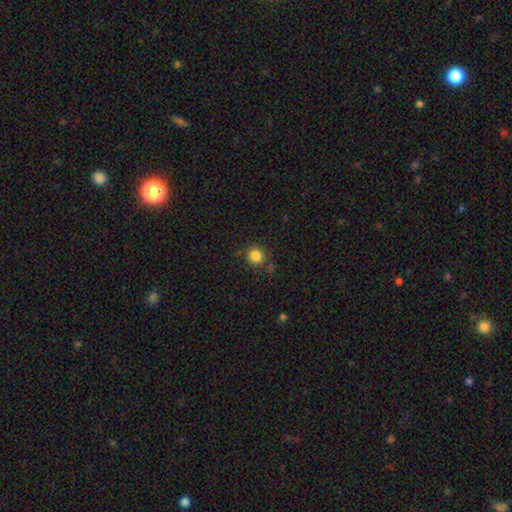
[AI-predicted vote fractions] Smooth or featured? Predicted: smooth (p=0.84). How rounded? Predicted: round (p=0.90). Merging? Predicted: none (p=0.82).